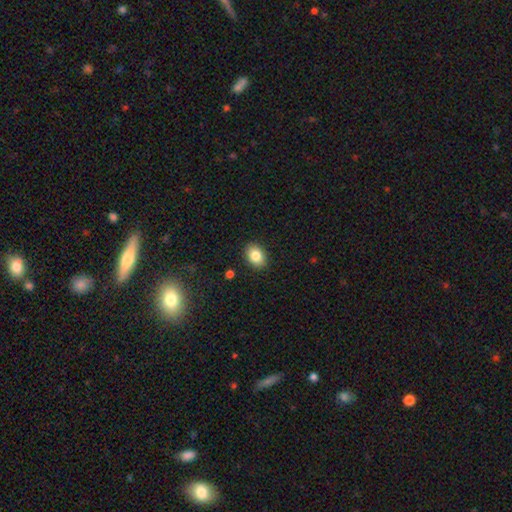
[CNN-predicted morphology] Smooth or featured? Predicted: smooth (p=0.84). How rounded? Predicted: in between (p=0.72). Merging? Predicted: none (p=0.89).